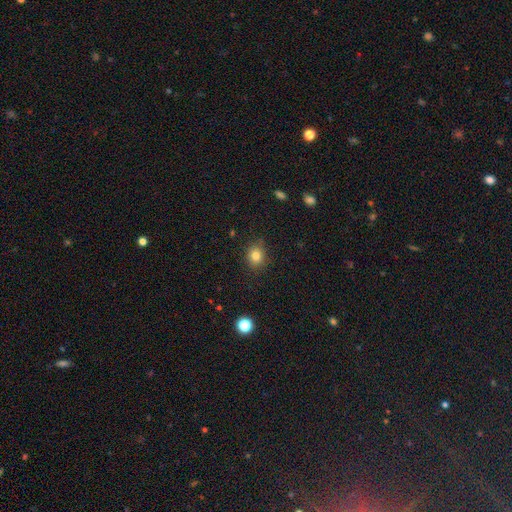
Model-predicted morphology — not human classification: The model was most divided on "how rounded": round: 66%, in between: 33%, cigar-shaped: 1%. More confident: merging — none (85%); smooth or featured — smooth (82%).